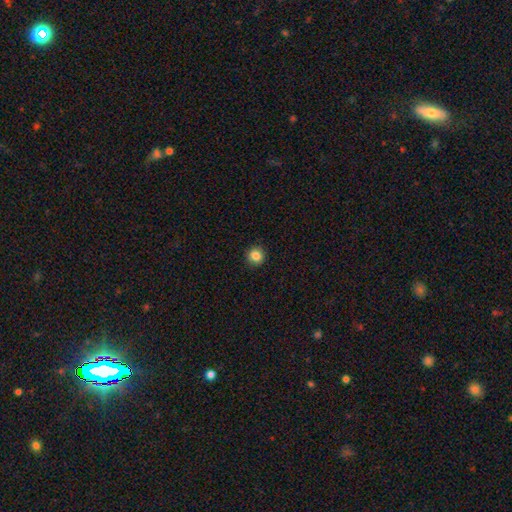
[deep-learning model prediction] Overall: smooth (85%). How rounded: round (93%). Merging: none (92%).